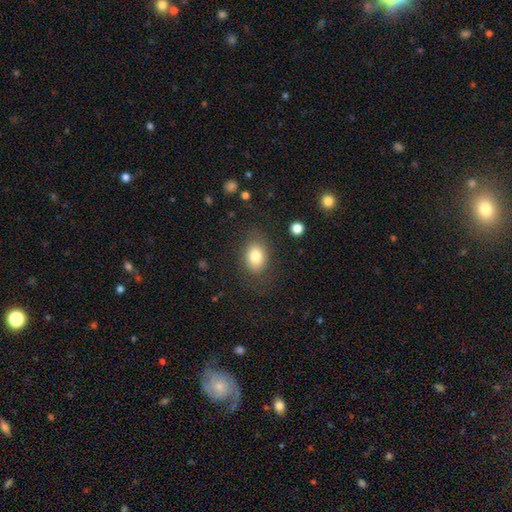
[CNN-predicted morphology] smooth-or-featured: smooth: 81% | featured or disk: 10% | star or artifact: 9%
  how-rounded: in between: 73% | round: 25% | cigar-shaped: 1%
  merging: none: 77% | minor disturbance: 15% | major disturbance: 7% | merger: 2%